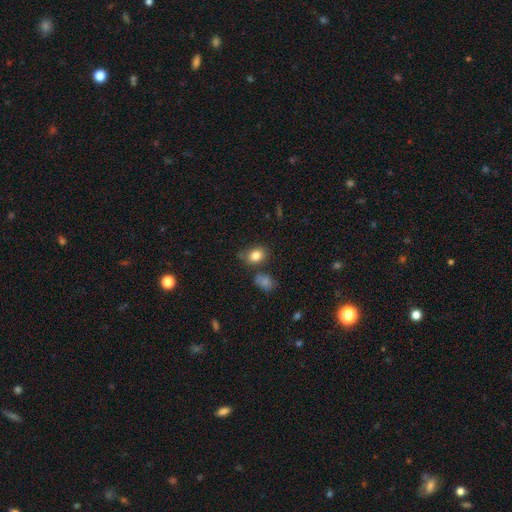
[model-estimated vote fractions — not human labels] A smooth galaxy with no disk features (83%) that is in between round and cigar-shaped (66%).

Vote fractions:
- Smooth or featured? smooth: 83% / star or artifact: 10% / featured or disk: 7%
- How rounded? in between: 66% / round: 33% / cigar-shaped: 1%
- Merging? none: 68% / minor disturbance: 18% / merger: 9% / major disturbance: 5%